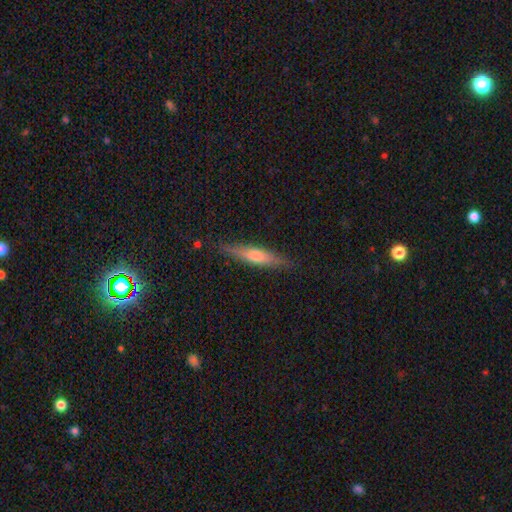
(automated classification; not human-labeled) featured or disk 47%, smooth 46%, star or artifact 7%. Down the decision tree: merging — none (86%).